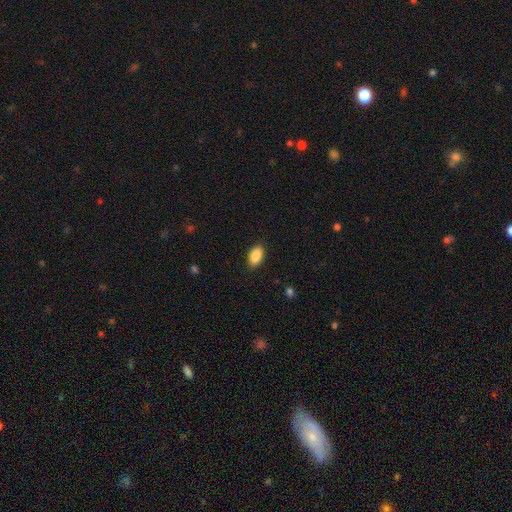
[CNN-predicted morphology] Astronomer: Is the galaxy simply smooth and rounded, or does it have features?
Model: smooth — 89%.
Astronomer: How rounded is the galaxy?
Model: in between — 93%.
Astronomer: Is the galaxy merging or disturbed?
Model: none — 88%.